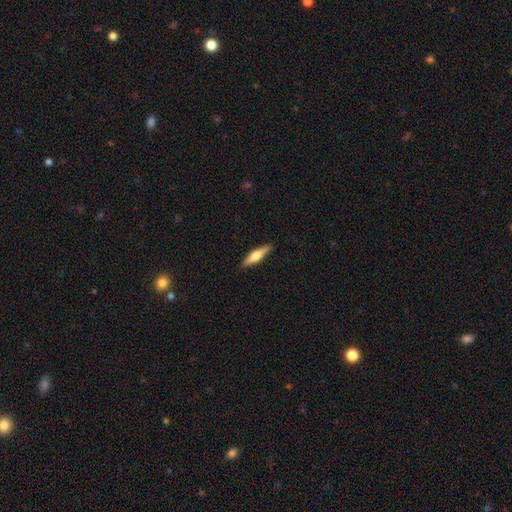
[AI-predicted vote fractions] A smooth galaxy with no disk features (50%) that is cigar-shaped (75%).

Vote fractions:
- Smooth or featured? smooth: 50% / featured or disk: 44% / star or artifact: 5%
- How rounded? cigar-shaped: 75% / in between: 23% / round: 2%
- Merging? none: 90% / minor disturbance: 8% / major disturbance: 2% / merger: 1%